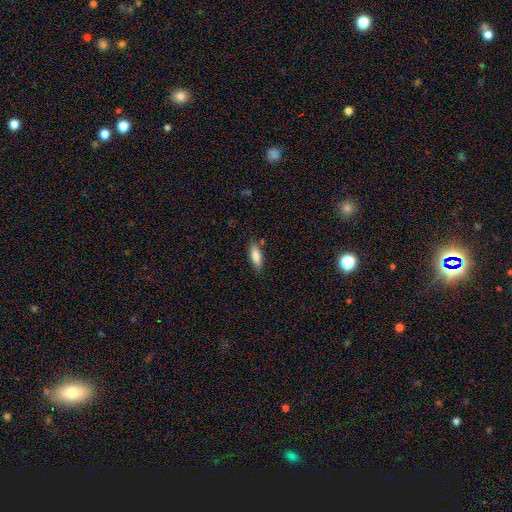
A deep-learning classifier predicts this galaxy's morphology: The model was most divided on "how rounded": in between: 59%, cigar-shaped: 40%, round: 2%. More confident: merging — none (82%); smooth or featured — smooth (82%).